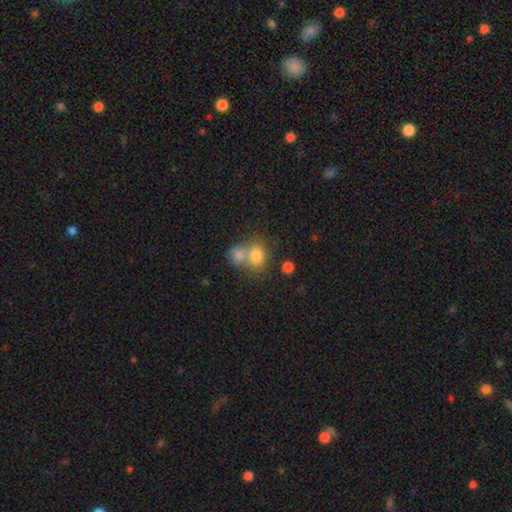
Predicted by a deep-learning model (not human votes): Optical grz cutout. It shows a smooth galaxy with no disk features (78%) that is round (52%). Merging: merger (58%).